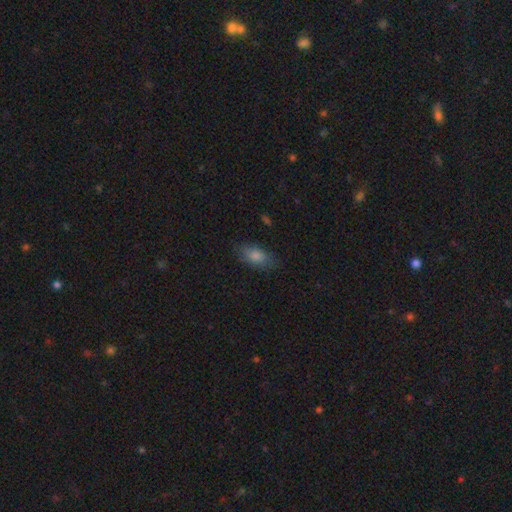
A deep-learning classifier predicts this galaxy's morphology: A smooth galaxy with no disk features (79%) that is in between round and cigar-shaped (87%).

Vote fractions:
- Smooth or featured? smooth: 79% / featured or disk: 12% / star or artifact: 10%
- How rounded? in between: 87% / cigar-shaped: 8% / round: 5%
- Merging? none: 80% / minor disturbance: 15% / major disturbance: 3% / merger: 1%